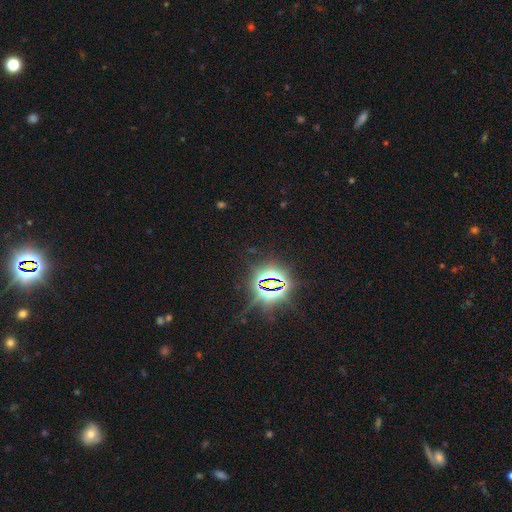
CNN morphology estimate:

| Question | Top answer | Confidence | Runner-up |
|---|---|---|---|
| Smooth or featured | star or artifact | 84% | smooth (9%) |